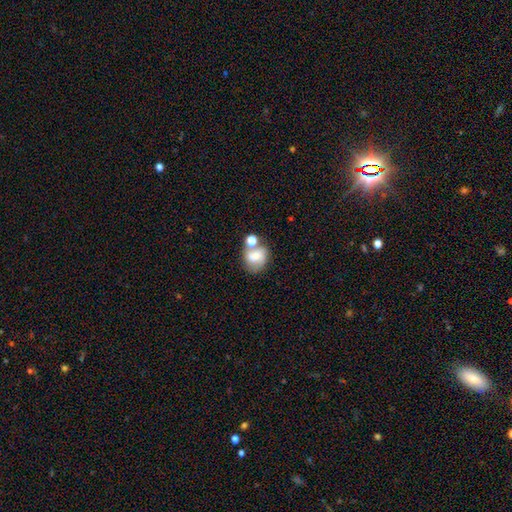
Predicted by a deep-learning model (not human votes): Smooth or featured: smooth — 60% (featured or disk — 30%)
How rounded: round — 58% (in between — 41%)
Merging: none — 40% (merger — 36%)